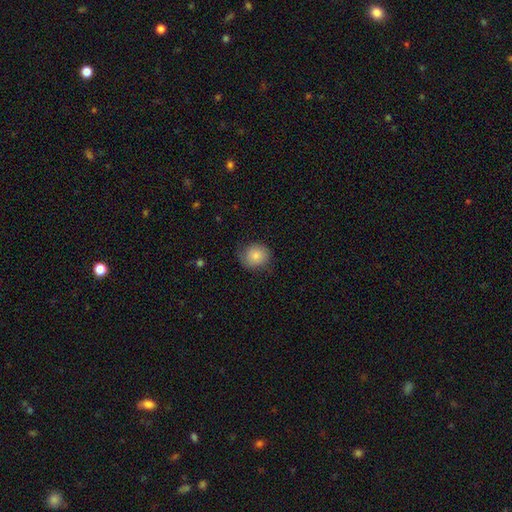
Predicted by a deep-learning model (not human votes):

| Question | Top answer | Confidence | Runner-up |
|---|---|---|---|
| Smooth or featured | smooth | 78% | featured or disk (14%) |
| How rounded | round | 82% | in between (17%) |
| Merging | none | 70% | minor disturbance (22%) |